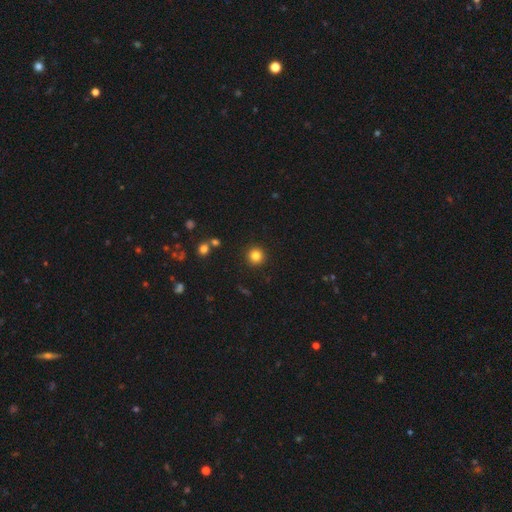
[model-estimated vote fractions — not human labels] A smooth galaxy with no disk features (82%) that is round (95%). Merging: none (92%).